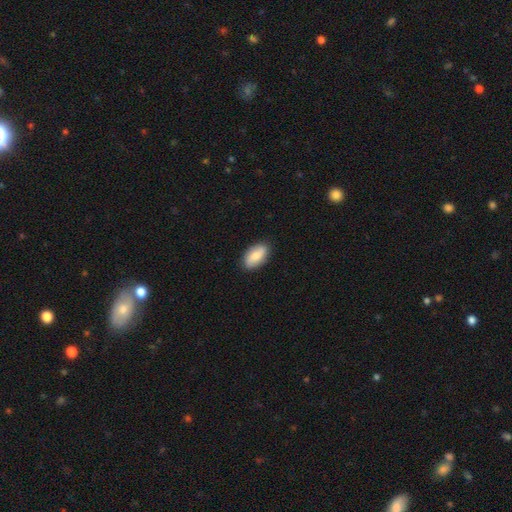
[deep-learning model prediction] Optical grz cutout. It shows a smooth galaxy with no disk features (75%) that is in between round and cigar-shaped (92%). Merging: none (87%).